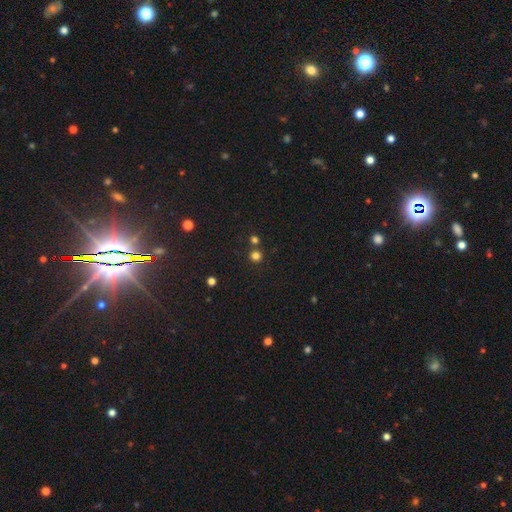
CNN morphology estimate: Smooth or featured? smooth (77%)
How rounded? round (92%)
Merging? none (75%)